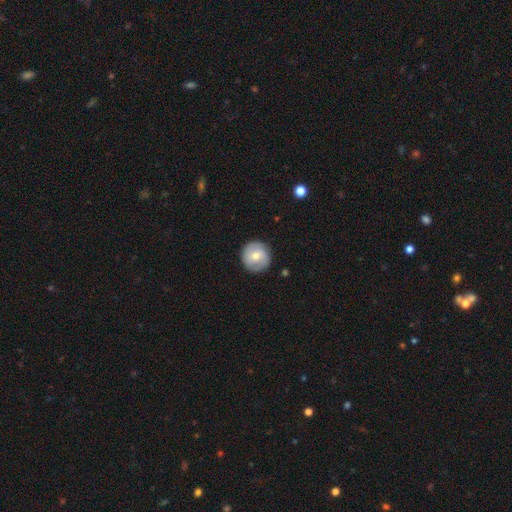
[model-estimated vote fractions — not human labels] Smooth or featured? Predicted: smooth (p=0.55). How rounded? Predicted: round (p=0.94). Merging? Predicted: none (p=0.88).